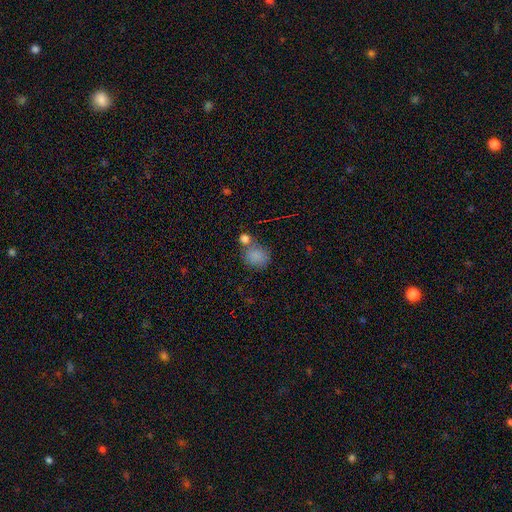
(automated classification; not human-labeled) Smooth or featured? smooth (82%)
How rounded? round (66%)
Merging? none (55%)